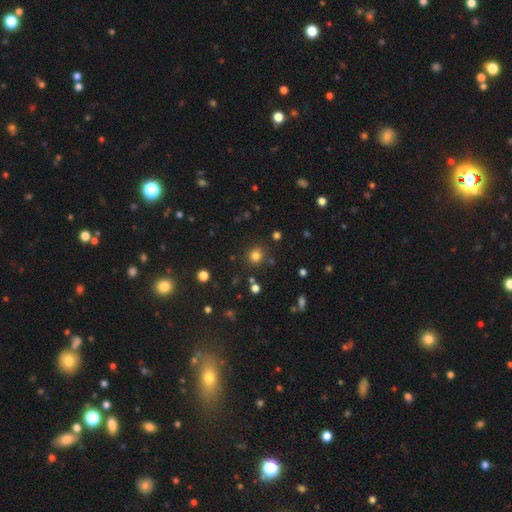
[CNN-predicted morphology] Smooth or featured?
  - smooth: 79% *
  - star or artifact: 16%
  - featured or disk: 5%
How rounded?
  - round: 90% *
  - in between: 9%
  - cigar-shaped: 1%
Merging?
  - none: 85% *
  - minor disturbance: 8%
  - merger: 4%
  - major disturbance: 3%